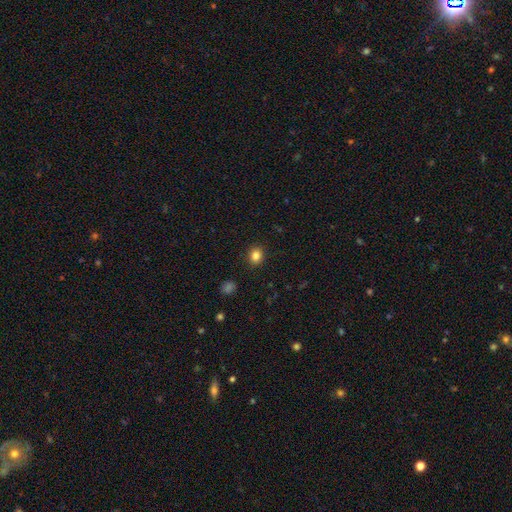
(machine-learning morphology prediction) Smooth or featured: smooth — 84% (star or artifact — 12%)
How rounded: round — 76% (in between — 23%)
Merging: none — 91% (minor disturbance — 6%)